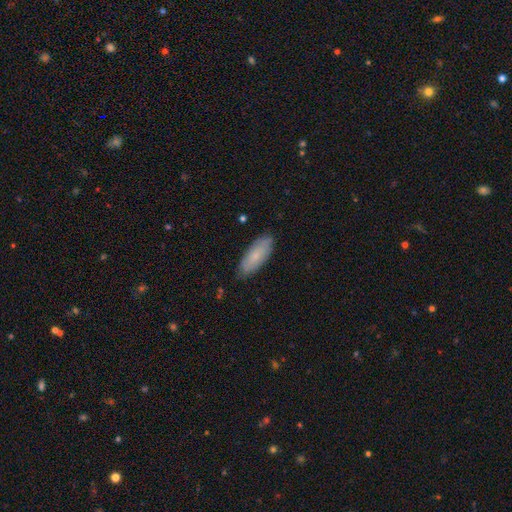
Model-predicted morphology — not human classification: Smooth or featured? smooth (77%)
How rounded? in between (73%)
Merging? none (84%)